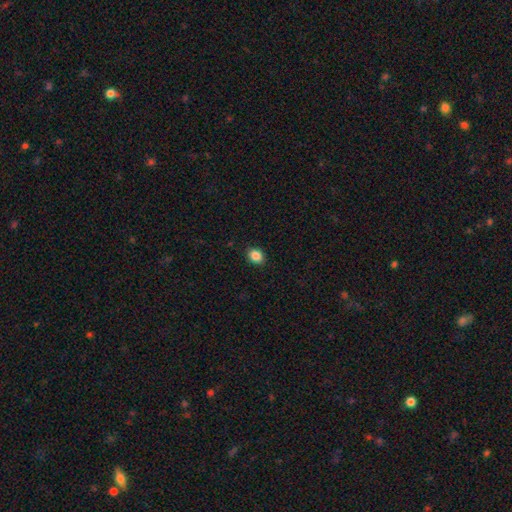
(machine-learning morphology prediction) A smooth galaxy with no disk features (86%) that is round (52%).

Vote fractions:
- Smooth or featured? smooth: 86% / star or artifact: 10% / featured or disk: 4%
- How rounded? round: 52% / in between: 48% / cigar-shaped: 1%
- Merging? none: 90% / minor disturbance: 7% / major disturbance: 2% / merger: 1%